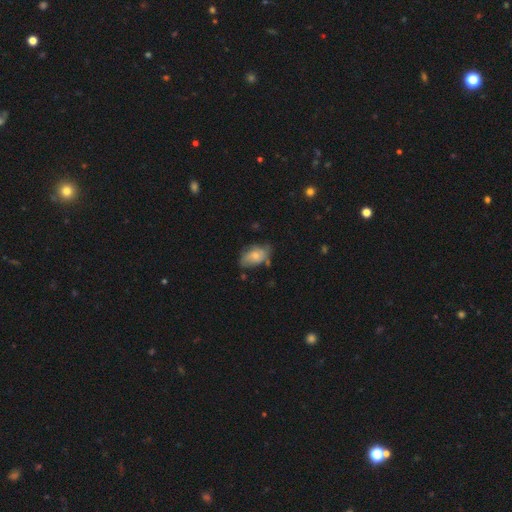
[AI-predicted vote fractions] Q: Smooth or featured?
A: smooth (59%); runner-up: featured or disk (33%)
Q: How rounded?
A: in between (90%); runner-up: round (7%)
Q: Merging?
A: none (53%); runner-up: minor disturbance (33%)